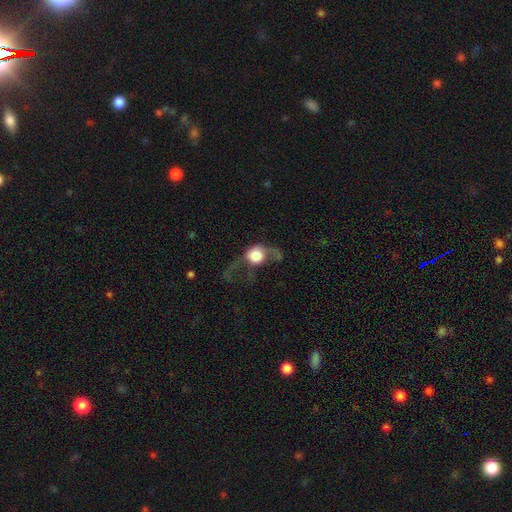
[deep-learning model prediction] This appears to be a smooth galaxy with no disk features (64%) that is round (75%). Merging: major disturbance (55%).